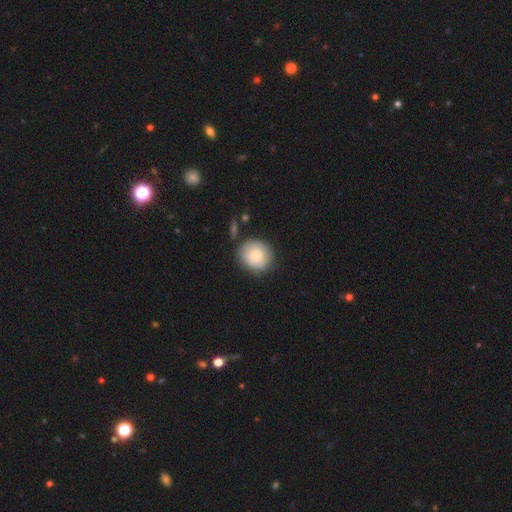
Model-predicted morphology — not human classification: Smooth or featured? Predicted: smooth (p=0.70). How rounded? Predicted: round (p=0.87). Merging? Predicted: none (p=0.72).